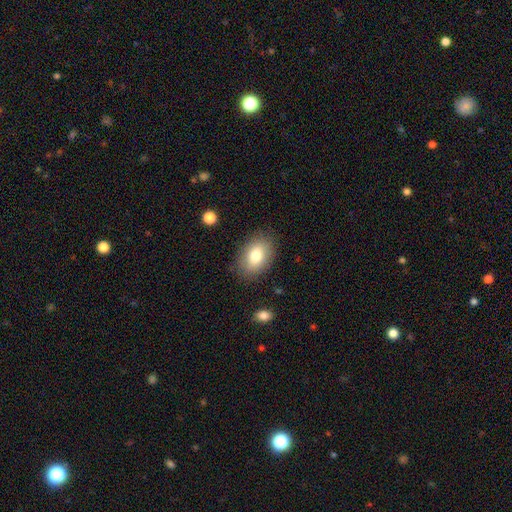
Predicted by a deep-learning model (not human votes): The model was most divided on "smooth or featured": smooth: 78%, featured or disk: 14%, star or artifact: 8%. More confident: merging — none (85%); how rounded — in between (83%).